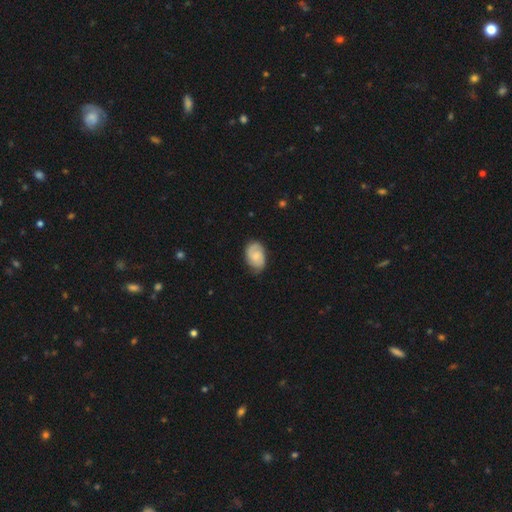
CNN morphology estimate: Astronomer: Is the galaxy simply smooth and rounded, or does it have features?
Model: featured or disk — 55% (runner-up: smooth, 38%).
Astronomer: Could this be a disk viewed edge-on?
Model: no — 97%.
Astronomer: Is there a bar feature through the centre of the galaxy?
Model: no — 62%.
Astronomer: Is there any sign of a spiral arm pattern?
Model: yes — 92%.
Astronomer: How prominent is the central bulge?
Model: small — 47% (runner-up: moderate, 30%).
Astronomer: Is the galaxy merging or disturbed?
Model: none — 72%.